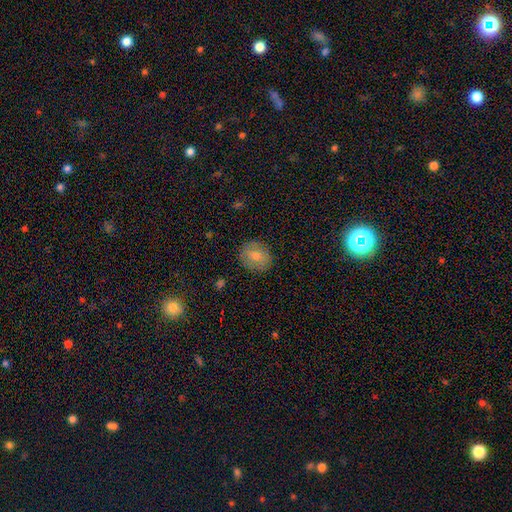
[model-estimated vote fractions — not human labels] The model was most divided on "how rounded": round: 70%, in between: 29%, cigar-shaped: 1%. More confident: merging — none (87%); smooth or featured — smooth (70%).